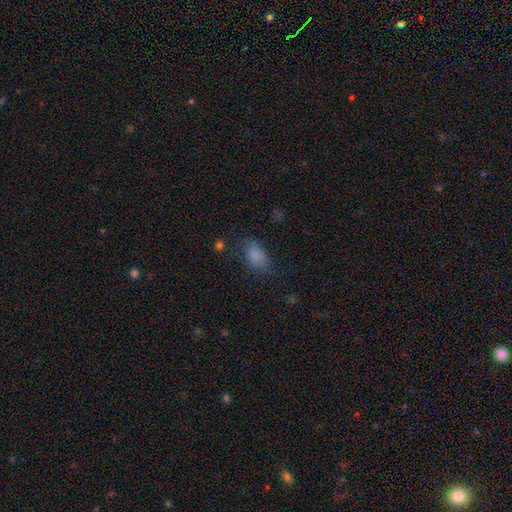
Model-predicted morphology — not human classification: Smooth or featured? smooth (83%)
How rounded? in between (89%)
Merging? none (63%)